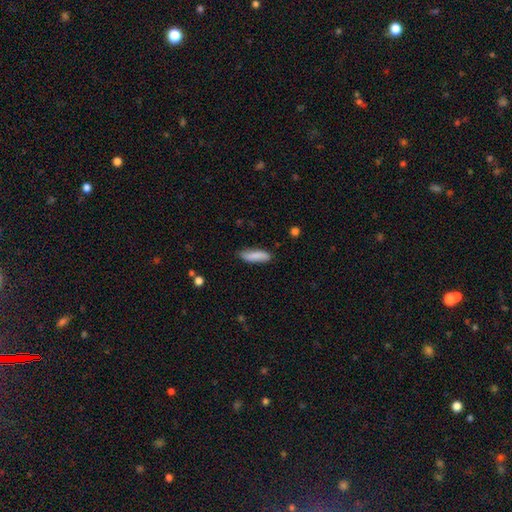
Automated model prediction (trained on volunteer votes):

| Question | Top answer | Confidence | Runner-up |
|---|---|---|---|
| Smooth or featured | smooth | 85% | featured or disk (9%) |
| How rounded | cigar-shaped | 55% | in between (43%) |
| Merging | none | 80% | minor disturbance (16%) |